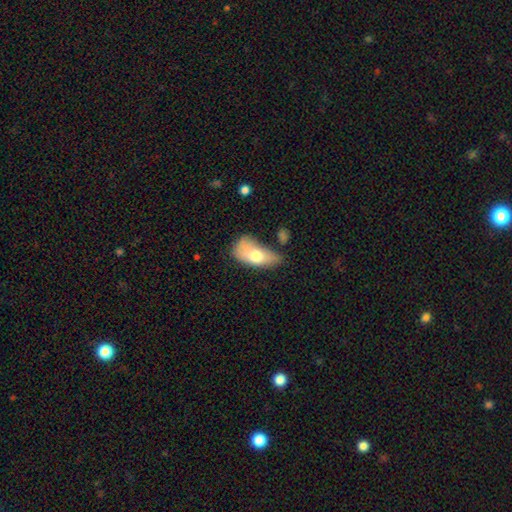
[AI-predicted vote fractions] This is likely a smooth galaxy (68%). How rounded: clearly in between (89%). Merging: marginally minor disturbance (33%).